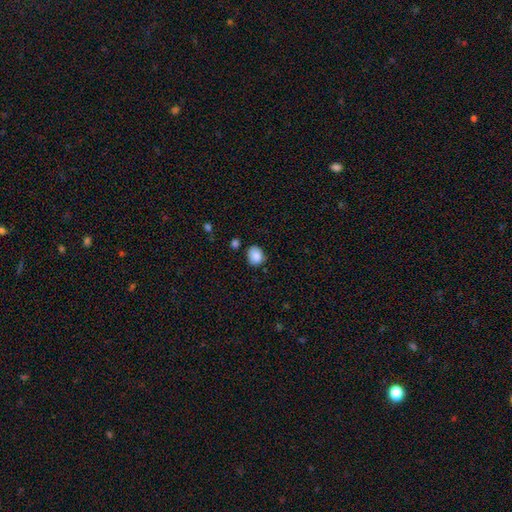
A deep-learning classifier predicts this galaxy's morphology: smooth-or-featured: smooth: 87% | star or artifact: 9% | featured or disk: 4%
  how-rounded: round: 60% | in between: 39% | cigar-shaped: 1%
  merging: none: 74% | minor disturbance: 19% | merger: 4% | major disturbance: 4%